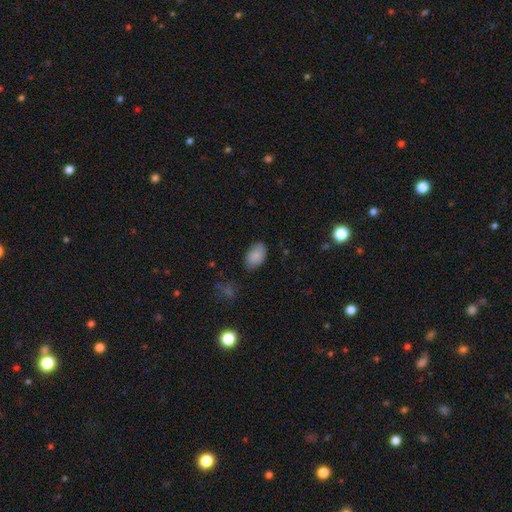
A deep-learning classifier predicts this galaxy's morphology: smooth_or_featured: smooth (p=0.86) [alt: star or artifact p=0.08]
how_rounded: in between (p=0.90) [alt: round p=0.09]
merging: none (p=0.80) [alt: minor disturbance p=0.15]